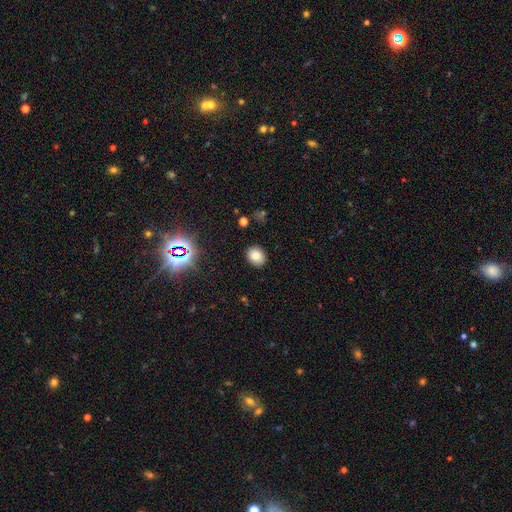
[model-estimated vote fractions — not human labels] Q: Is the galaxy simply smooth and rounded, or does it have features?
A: smooth — 79%.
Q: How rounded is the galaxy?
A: in between — 50%.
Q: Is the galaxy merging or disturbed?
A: none — 88%.